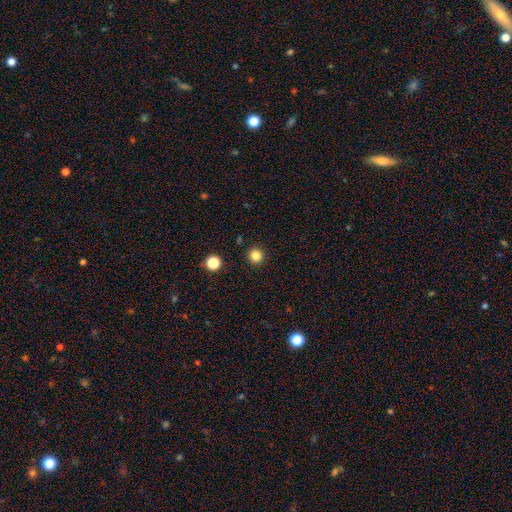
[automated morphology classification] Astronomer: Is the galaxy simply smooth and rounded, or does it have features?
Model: smooth — 83%.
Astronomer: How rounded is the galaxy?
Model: round — 95%.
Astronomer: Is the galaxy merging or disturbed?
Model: none — 92%.